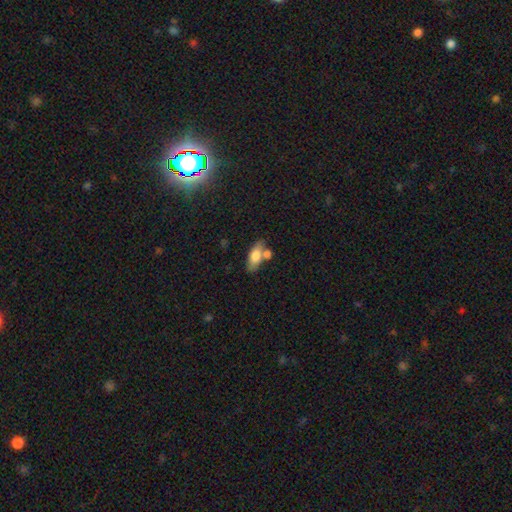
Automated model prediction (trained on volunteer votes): Q: Smooth or featured?
A: smooth (73%); runner-up: featured or disk (20%)
Q: How rounded?
A: in between (79%); runner-up: cigar-shaped (17%)
Q: Merging?
A: none (58%); runner-up: merger (24%)